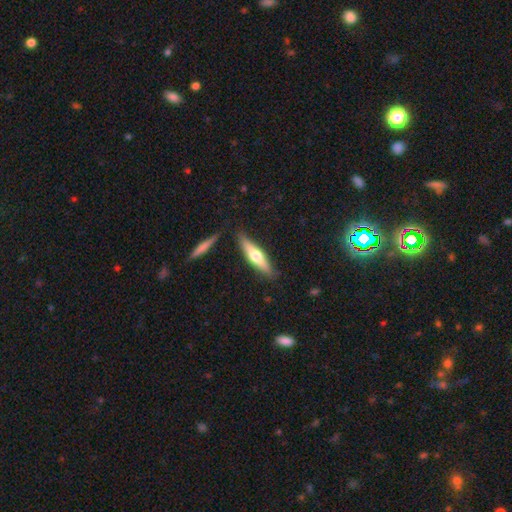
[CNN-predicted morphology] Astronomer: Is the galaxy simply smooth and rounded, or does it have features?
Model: featured or disk — 50% (runner-up: smooth, 44%).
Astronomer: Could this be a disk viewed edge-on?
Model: yes — 93%.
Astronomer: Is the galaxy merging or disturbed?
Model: none — 84%.